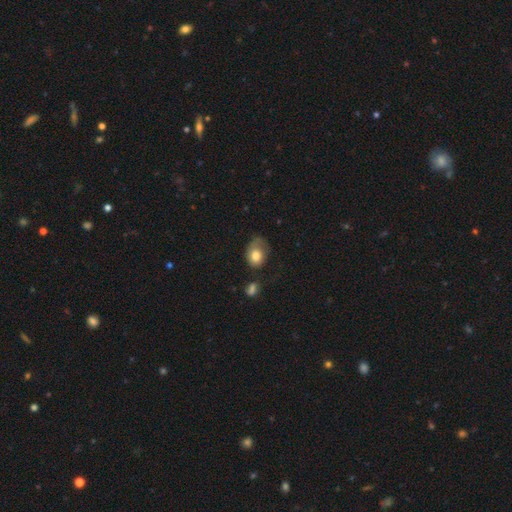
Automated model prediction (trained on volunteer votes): This appears to be a smooth galaxy with no disk features (75%) that is in between round and cigar-shaped (65%). Merging: none (36%).